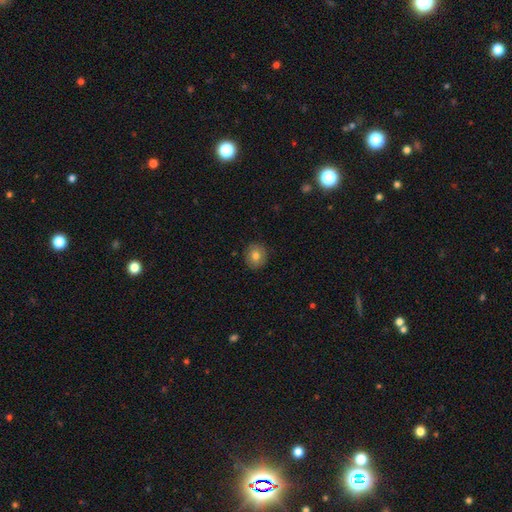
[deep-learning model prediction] This is likely a smooth galaxy (79%). How rounded: clearly round (83%). Merging: clearly none (90%).